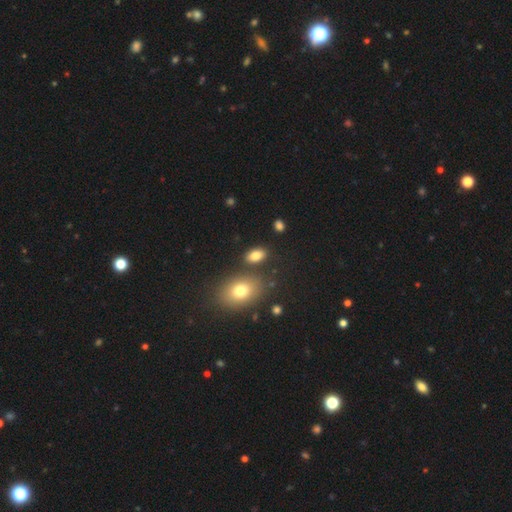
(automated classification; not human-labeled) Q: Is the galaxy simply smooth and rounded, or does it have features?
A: smooth — 82%.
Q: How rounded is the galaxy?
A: in between — 89%.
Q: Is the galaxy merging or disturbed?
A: none — 79%.